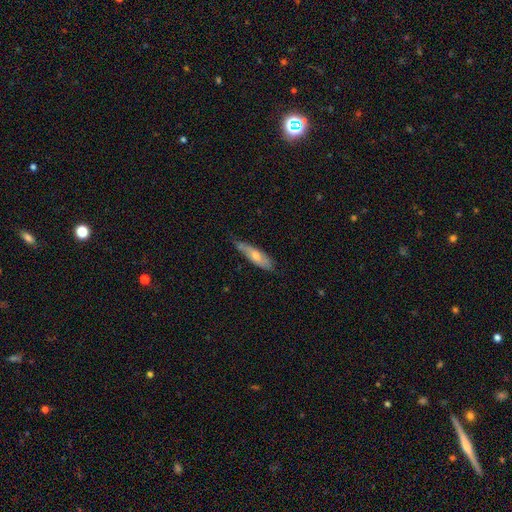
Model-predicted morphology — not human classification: A smooth galaxy with no disk features (51%) that is cigar-shaped (63%). Merging: none (67%).